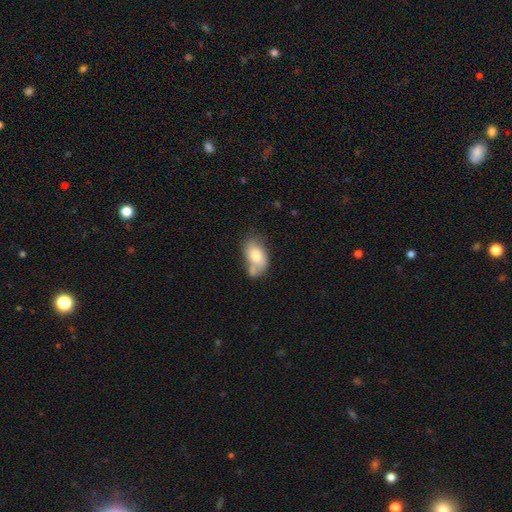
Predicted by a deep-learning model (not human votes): This is likely a smooth galaxy (75%). How rounded: clearly in between (89%). Merging: marginally none (36%).